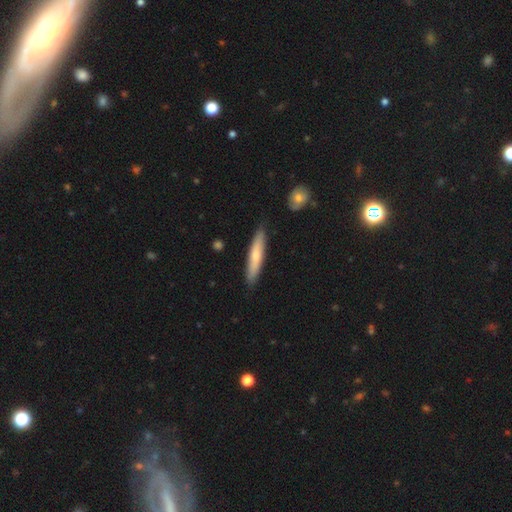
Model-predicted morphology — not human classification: This is likely a smooth galaxy (65%). How rounded: clearly cigar-shaped (90%). Merging: clearly none (86%).